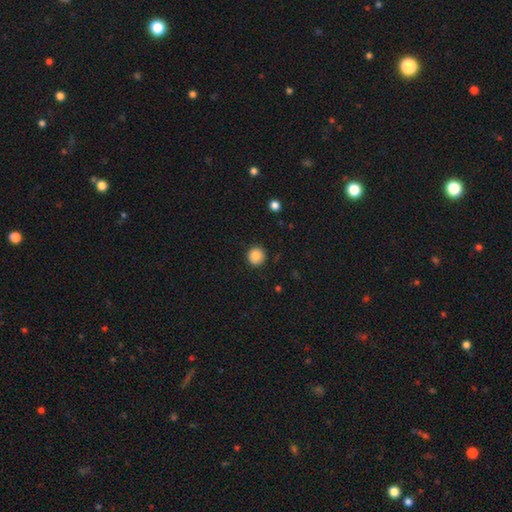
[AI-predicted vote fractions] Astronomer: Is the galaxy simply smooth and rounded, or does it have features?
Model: smooth — 84%.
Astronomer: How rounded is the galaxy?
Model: round — 93%.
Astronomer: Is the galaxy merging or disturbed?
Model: none — 89%.